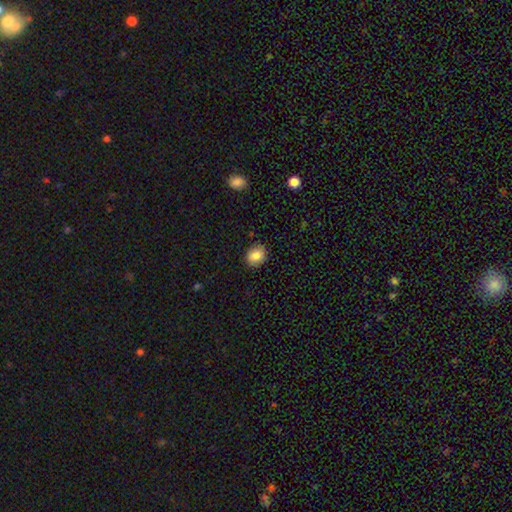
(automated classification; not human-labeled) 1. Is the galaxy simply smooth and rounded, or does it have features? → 85% smooth, 9% star or artifact, 6% featured or disk.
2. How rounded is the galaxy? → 58% round, 41% in between, 1% cigar-shaped.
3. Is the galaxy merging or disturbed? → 88% none, 9% minor disturbance, 2% major disturbance, 1% merger.